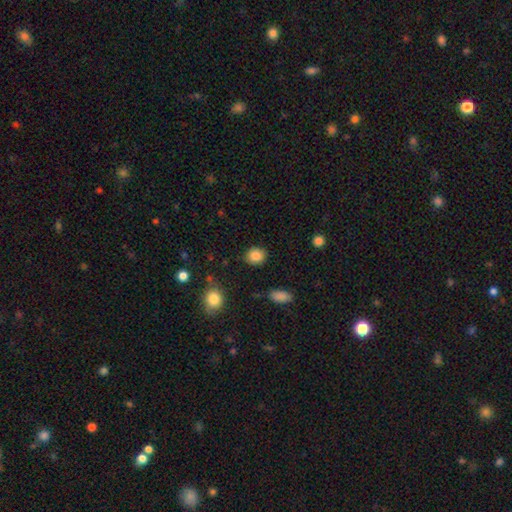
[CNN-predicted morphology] Overall: smooth (85%). How rounded: round (75%). Merging: none (88%).